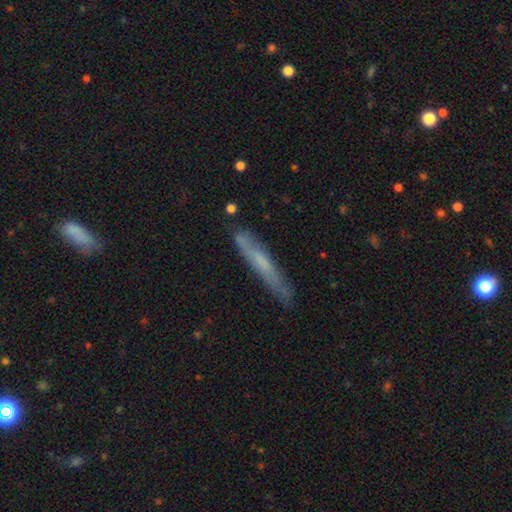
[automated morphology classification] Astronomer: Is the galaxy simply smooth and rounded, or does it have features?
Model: featured or disk — 46% (runner-up: smooth, 43%).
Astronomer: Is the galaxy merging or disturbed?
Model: none — 78%.